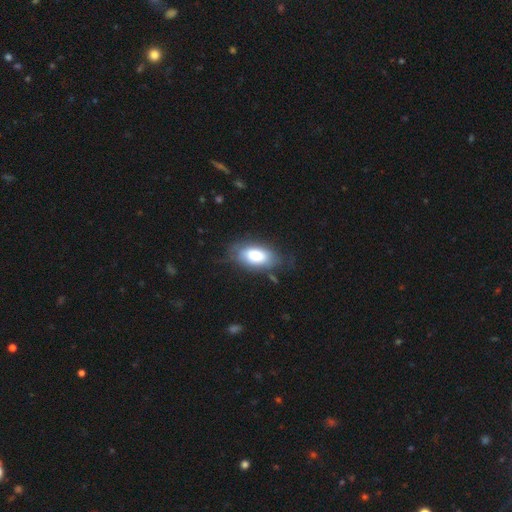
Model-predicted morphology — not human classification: Q: Smooth or featured?
A: smooth (74%); runner-up: featured or disk (19%)
Q: How rounded?
A: in between (93%); runner-up: round (4%)
Q: Merging?
A: none (66%); runner-up: minor disturbance (22%)